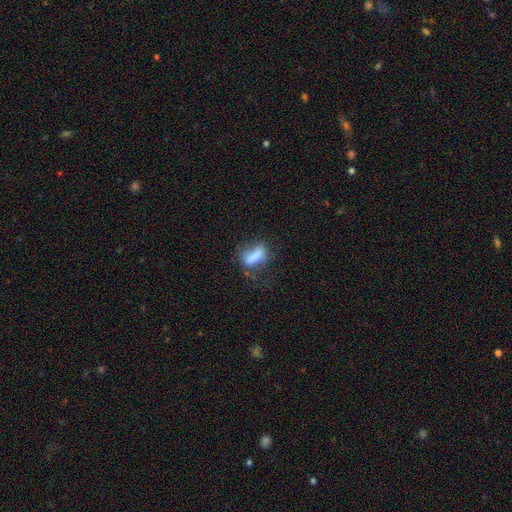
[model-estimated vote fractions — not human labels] Smooth or featured?
  - smooth: 71% *
  - featured or disk: 18%
  - star or artifact: 11%
How rounded?
  - in between: 75% *
  - cigar-shaped: 18%
  - round: 6%
Merging?
  - none: 37% *
  - major disturbance: 29%
  - minor disturbance: 27%
  - merger: 7%